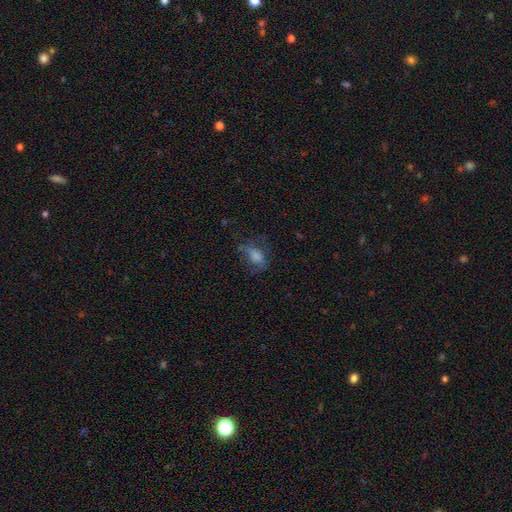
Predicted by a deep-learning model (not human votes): Smooth or featured: smooth — 56% (featured or disk — 27%)
How rounded: in between — 78% (round — 15%)
Merging: none — 52% (minor disturbance — 23%)